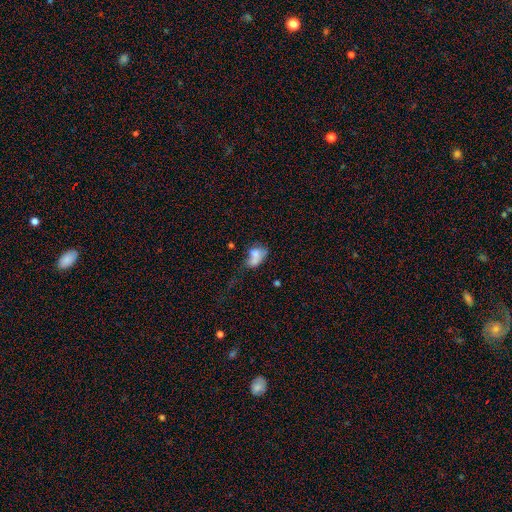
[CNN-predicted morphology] Smooth or featured? smooth (66%)
How rounded? in between (78%)
Merging? merger (44%)